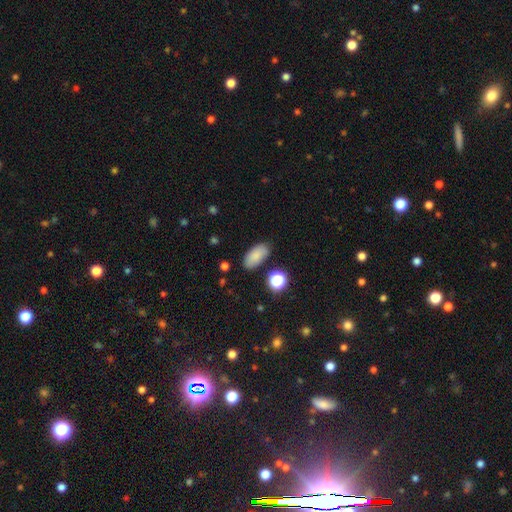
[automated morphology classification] smooth 84%, star or artifact 9%, featured or disk 7%. Down the decision tree: how rounded — in between (90%); merging — none (81%).